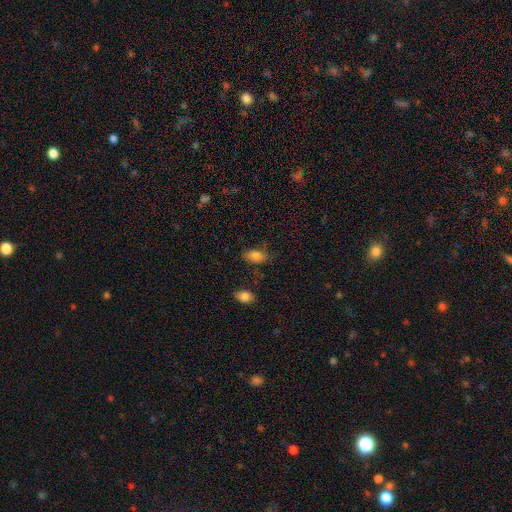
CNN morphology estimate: A smooth galaxy with no disk features (82%) that is in between round and cigar-shaped (89%).

Vote fractions:
- Smooth or featured? smooth: 82% / star or artifact: 10% / featured or disk: 8%
- How rounded? in between: 89% / round: 8% / cigar-shaped: 3%
- Merging? none: 69% / minor disturbance: 21% / major disturbance: 6% / merger: 4%